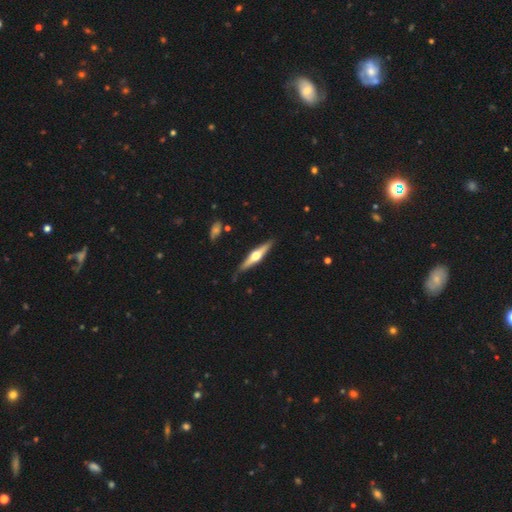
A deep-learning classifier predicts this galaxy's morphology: Smooth or featured? Predicted: featured or disk (p=0.69). Edge-on disk? Predicted: yes (p=0.97). Edge-on bulge? Predicted: rounded (p=0.95). Merging? Predicted: none (p=0.85).